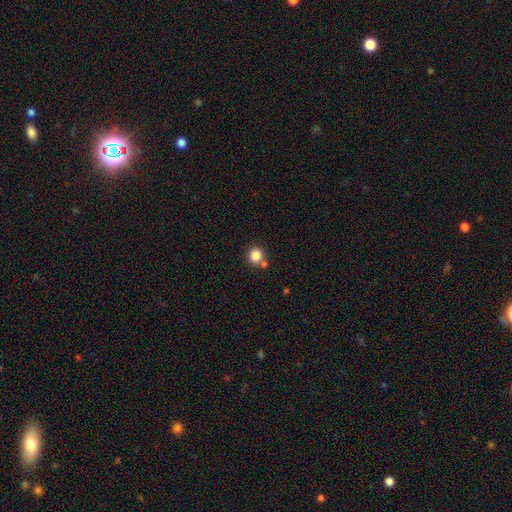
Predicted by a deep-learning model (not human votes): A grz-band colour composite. It shows a smooth galaxy with no disk features (85%) that is round (88%). Merging: none (70%).